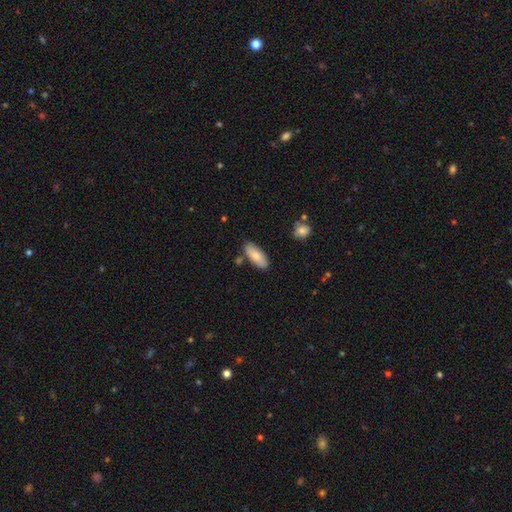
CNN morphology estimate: A smooth galaxy with no disk features (82%) that is in between round and cigar-shaped (80%).

Vote fractions:
- Smooth or featured? smooth: 82% / featured or disk: 12% / star or artifact: 6%
- How rounded? in between: 80% / cigar-shaped: 19% / round: 2%
- Merging? none: 82% / minor disturbance: 12% / merger: 4% / major disturbance: 2%